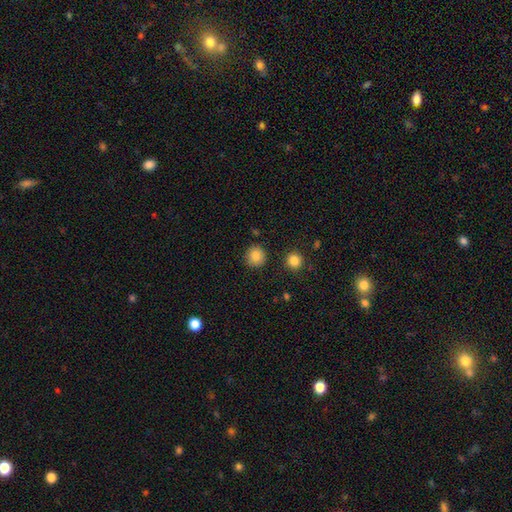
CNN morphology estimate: Overall: smooth (85%). How rounded: round (93%). Merging: none (89%).